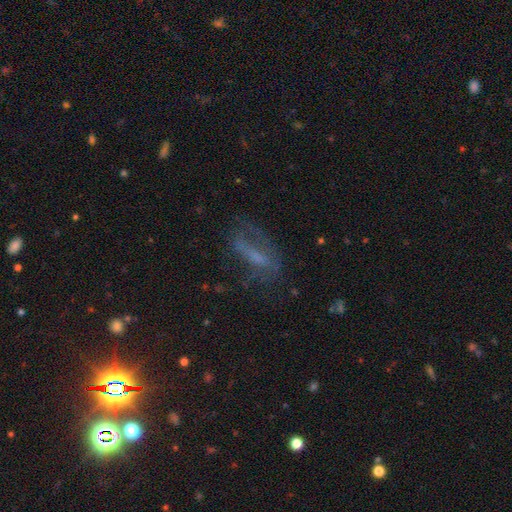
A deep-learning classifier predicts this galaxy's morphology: smooth_or_featured: featured or disk (p=0.47) [alt: smooth p=0.32]
merging: none (p=0.52) [alt: major disturbance p=0.25]